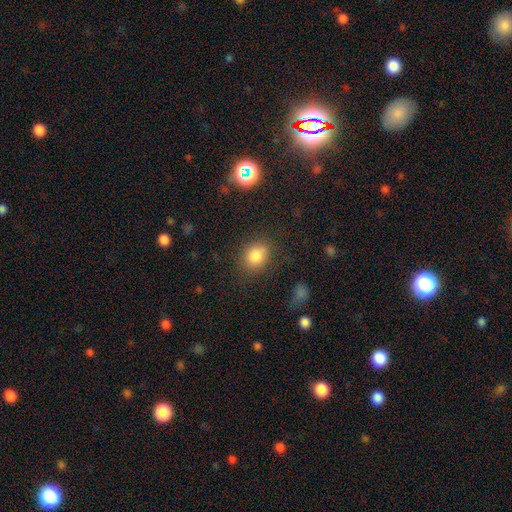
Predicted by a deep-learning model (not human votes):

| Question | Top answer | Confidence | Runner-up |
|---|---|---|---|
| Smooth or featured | smooth | 83% | star or artifact (11%) |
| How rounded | round | 53% | in between (46%) |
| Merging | none | 80% | minor disturbance (13%) |